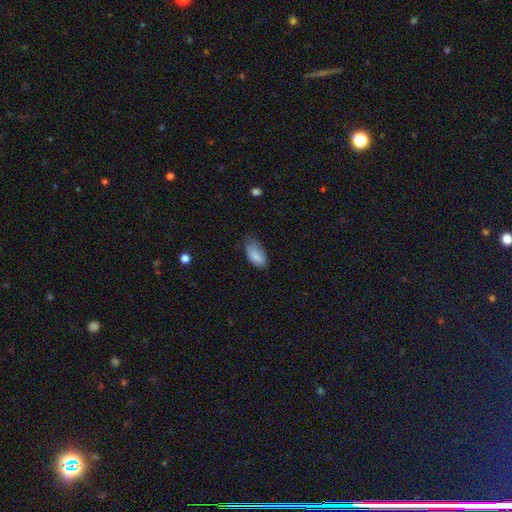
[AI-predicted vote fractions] Smooth or featured? smooth (85%)
How rounded? in between (94%)
Merging? none (49%)